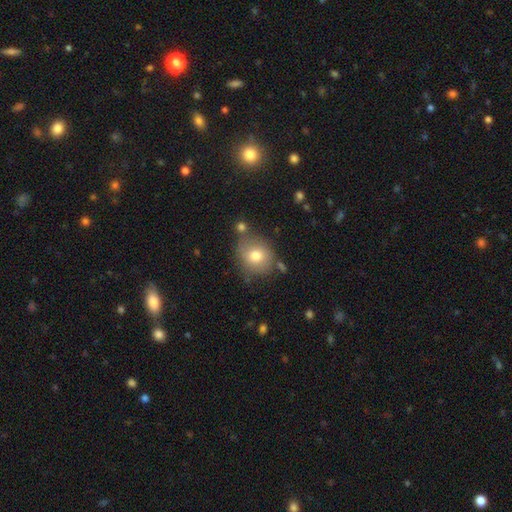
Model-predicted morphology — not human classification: Smooth or featured?
  - smooth: 76% *
  - featured or disk: 15%
  - star or artifact: 9%
How rounded?
  - round: 78% *
  - in between: 21%
  - cigar-shaped: 1%
Merging?
  - none: 66% *
  - minor disturbance: 18%
  - merger: 11%
  - major disturbance: 6%